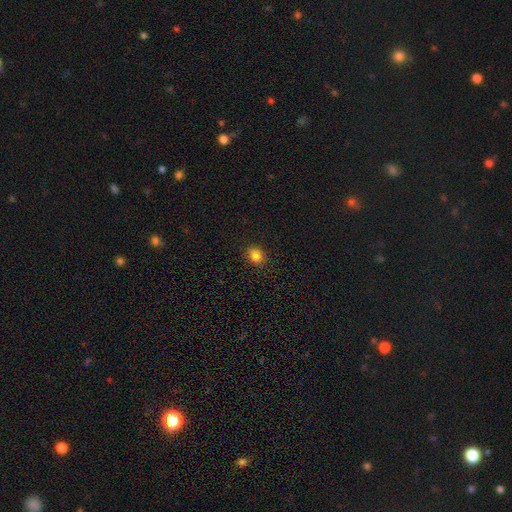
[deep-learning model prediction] Q: Smooth or featured?
A: smooth (83%); runner-up: star or artifact (12%)
Q: How rounded?
A: round (71%); runner-up: in between (28%)
Q: Merging?
A: none (92%); runner-up: minor disturbance (6%)